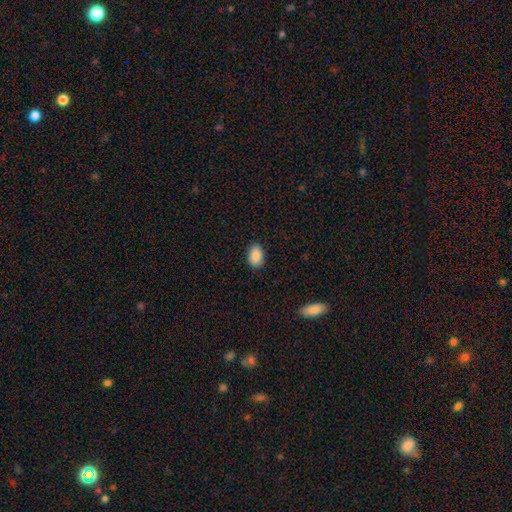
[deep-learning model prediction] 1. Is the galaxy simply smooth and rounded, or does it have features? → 89% smooth, 7% star or artifact, 3% featured or disk.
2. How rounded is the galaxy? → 90% in between, 9% round, 1% cigar-shaped.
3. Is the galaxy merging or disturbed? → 86% none, 10% minor disturbance, 2% major disturbance, 1% merger.